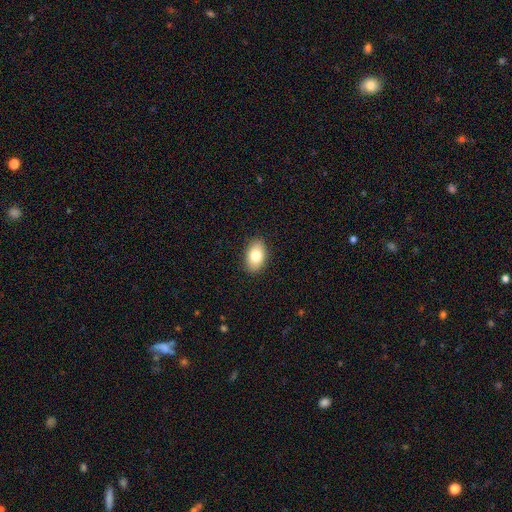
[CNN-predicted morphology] Overall: smooth (81%). How rounded: in between (90%). Merging: none (89%).